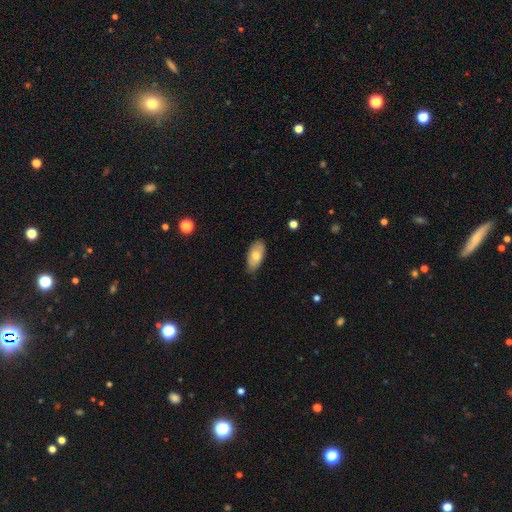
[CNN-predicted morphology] smooth 70%, featured or disk 23%, star or artifact 7%. Down the decision tree: how rounded — in between (91%); merging — none (78%).